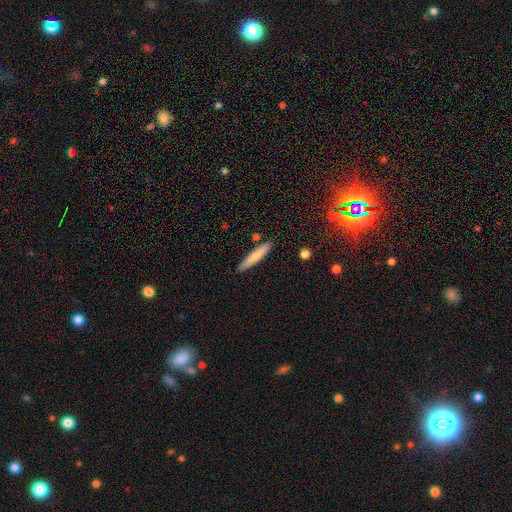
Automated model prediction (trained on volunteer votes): smooth 72%, featured or disk 22%, star or artifact 6%. Down the decision tree: how rounded — cigar-shaped (90%); merging — none (86%).